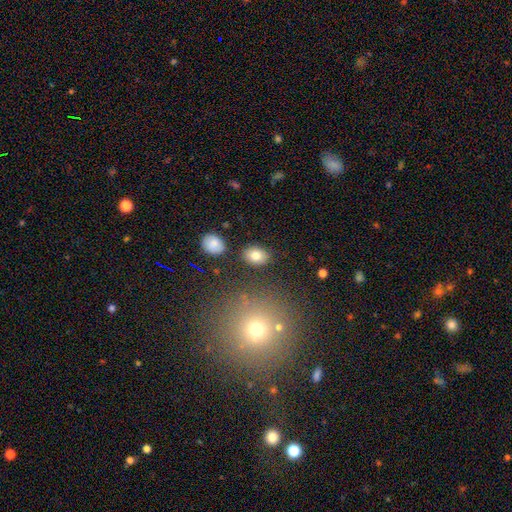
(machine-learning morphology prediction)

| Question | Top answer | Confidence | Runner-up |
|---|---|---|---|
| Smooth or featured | smooth | 81% | featured or disk (10%) |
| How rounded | in between | 74% | round (25%) |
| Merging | none | 84% | minor disturbance (10%) |